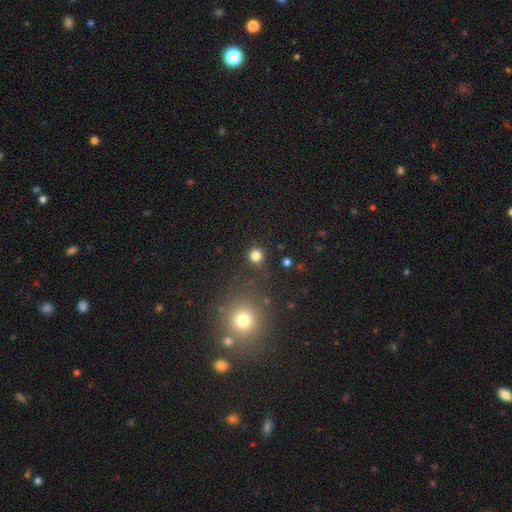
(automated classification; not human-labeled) smooth-or-featured: smooth: 81% | star or artifact: 15% | featured or disk: 4%
  how-rounded: round: 93% | in between: 6% | cigar-shaped: 1%
  merging: none: 87% | minor disturbance: 7% | merger: 3% | major disturbance: 3%